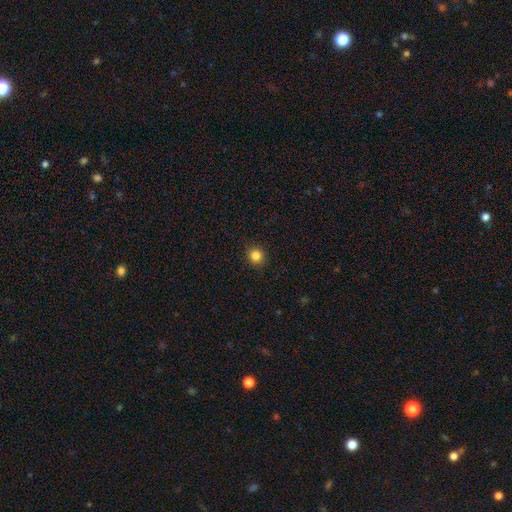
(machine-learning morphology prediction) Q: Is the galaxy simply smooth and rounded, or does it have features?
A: smooth — 83%.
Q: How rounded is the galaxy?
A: round — 89%.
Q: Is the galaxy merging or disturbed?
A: none — 90%.